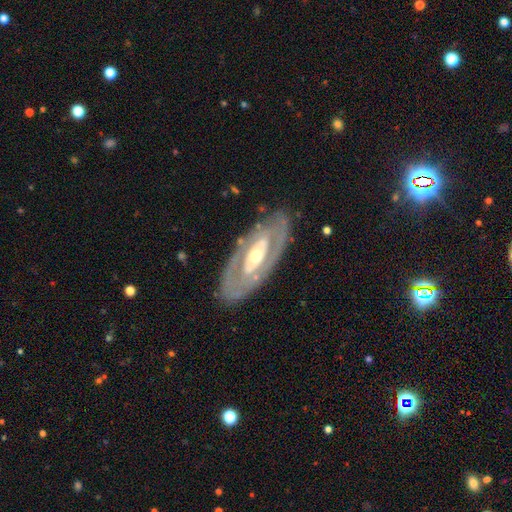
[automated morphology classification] type=featured or disk (76%); edge-on=no (87%); bar=no (65%); spiral arms=no (64%); bulge=moderate (64%); merging=none (80%).